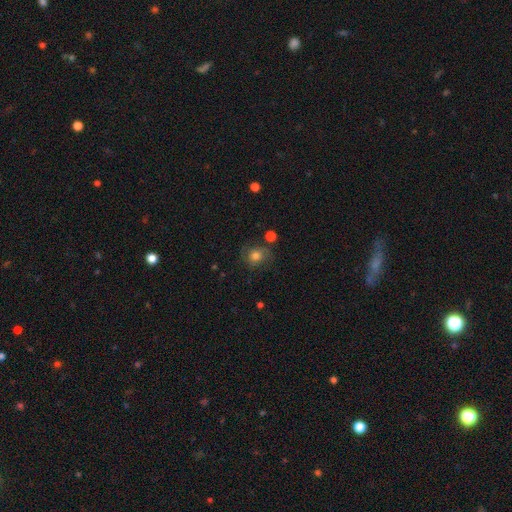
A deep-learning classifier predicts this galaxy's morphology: Smooth or featured? smooth (62%)
How rounded? round (77%)
Merging? none (67%)